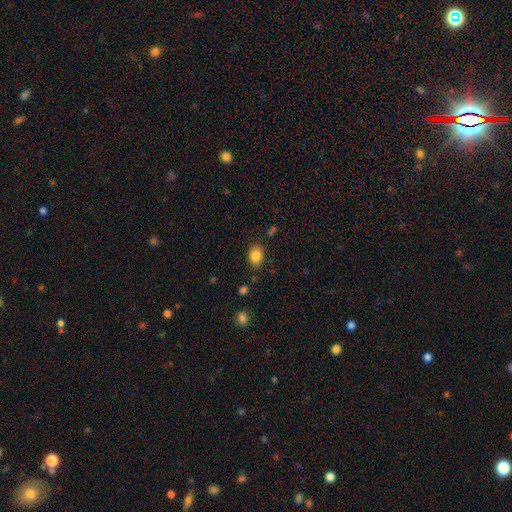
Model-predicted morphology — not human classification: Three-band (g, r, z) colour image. It shows a smooth galaxy with no disk features (85%) that is in between round and cigar-shaped (72%). Merging: none (82%).